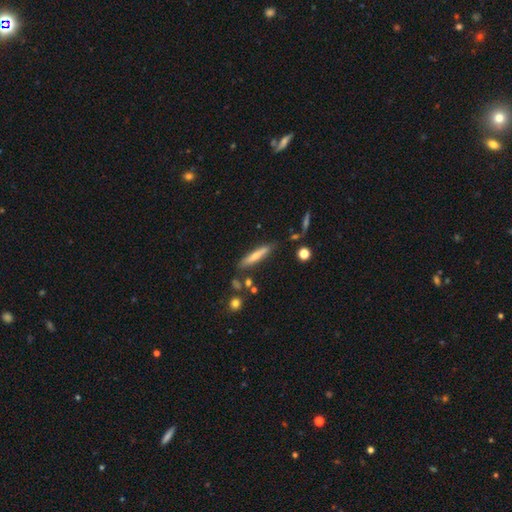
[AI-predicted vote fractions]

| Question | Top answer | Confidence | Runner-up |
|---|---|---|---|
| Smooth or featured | smooth | 59% | featured or disk (34%) |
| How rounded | cigar-shaped | 87% | in between (11%) |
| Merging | none | 78% | minor disturbance (14%) |